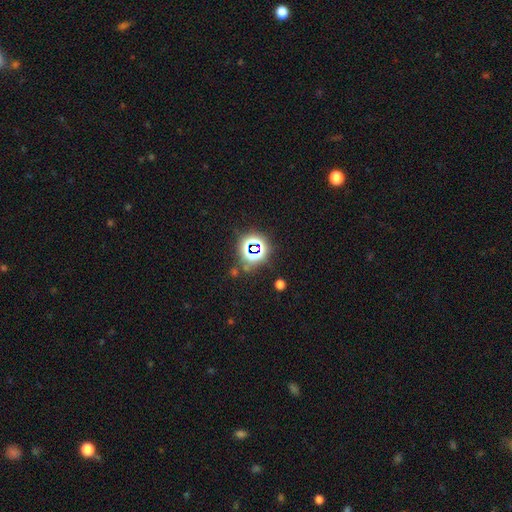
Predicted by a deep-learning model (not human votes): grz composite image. It shows a star or artifact, not a galaxy (77%).